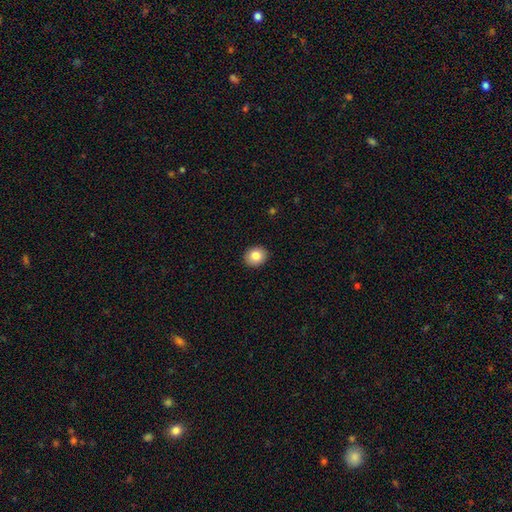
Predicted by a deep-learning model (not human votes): This is clearly a smooth galaxy (84%). How rounded: likely round (66%). Merging: clearly none (92%).